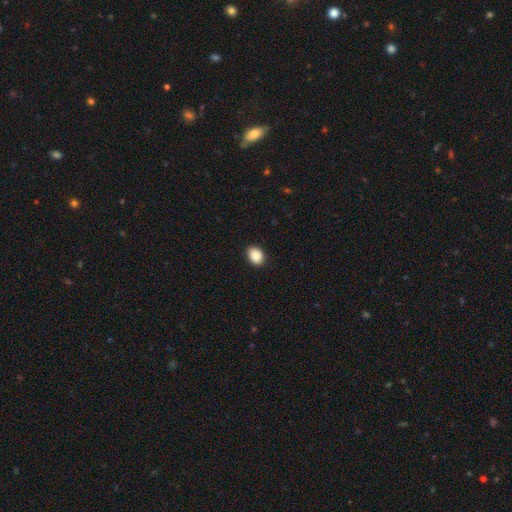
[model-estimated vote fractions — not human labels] smooth 90%, star or artifact 8%, featured or disk 3%. Down the decision tree: how rounded — in between (61%); merging — none (90%).